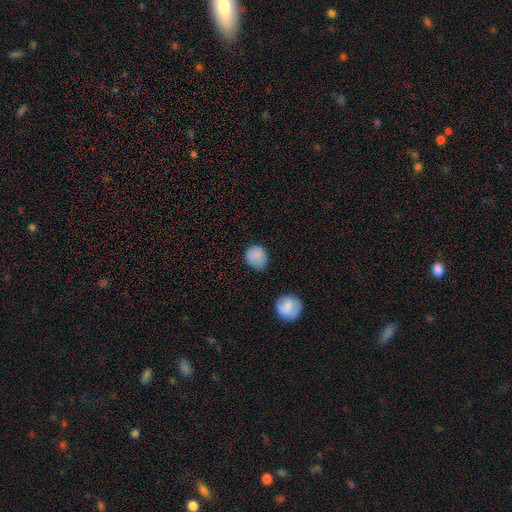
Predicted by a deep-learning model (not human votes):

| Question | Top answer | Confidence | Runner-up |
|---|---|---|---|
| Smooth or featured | smooth | 85% | star or artifact (8%) |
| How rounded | round | 80% | in between (19%) |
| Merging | none | 69% | minor disturbance (23%) |